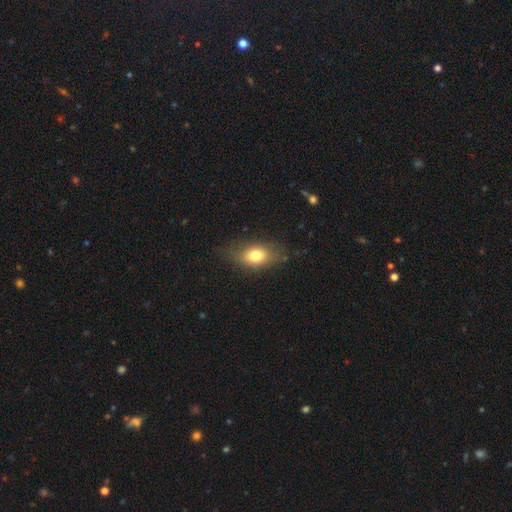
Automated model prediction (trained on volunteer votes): Morphology: type=smooth (75%); roundness=in between (82%); merging=none (74%).